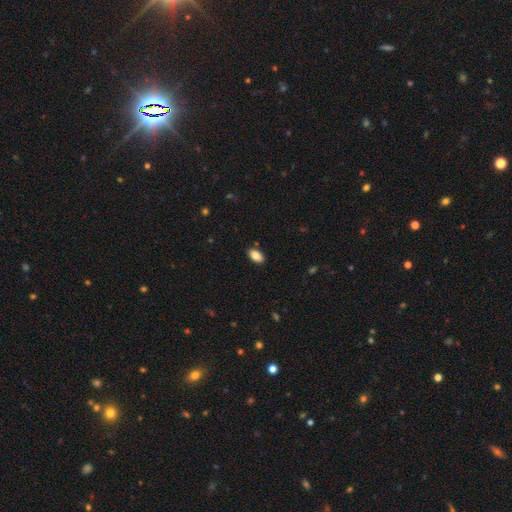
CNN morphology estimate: This is clearly a smooth galaxy (85%). How rounded: clearly in between (93%). Merging: clearly none (88%).